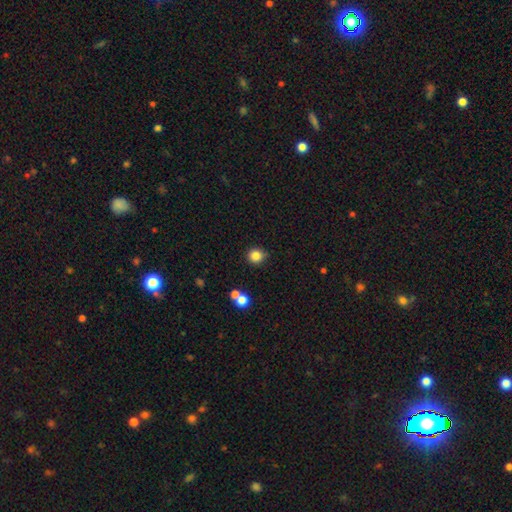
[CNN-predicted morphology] Q: Smooth or featured?
A: smooth (83%); runner-up: star or artifact (12%)
Q: How rounded?
A: round (90%); runner-up: in between (9%)
Q: Merging?
A: none (83%); runner-up: minor disturbance (10%)